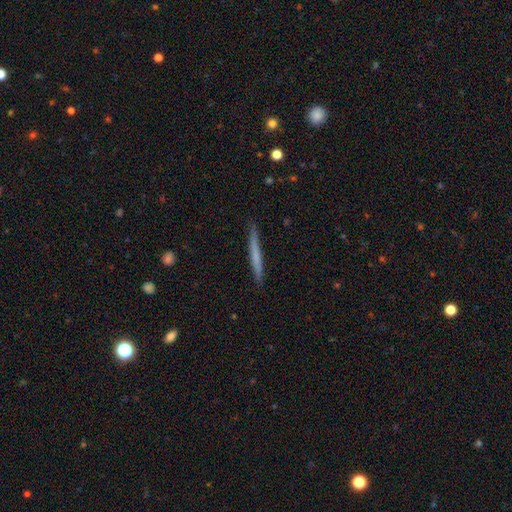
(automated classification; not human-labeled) The model was most divided on "smooth or featured": smooth: 58%, featured or disk: 37%, star or artifact: 6%. More confident: how rounded — cigar-shaped (97%); merging — none (89%).